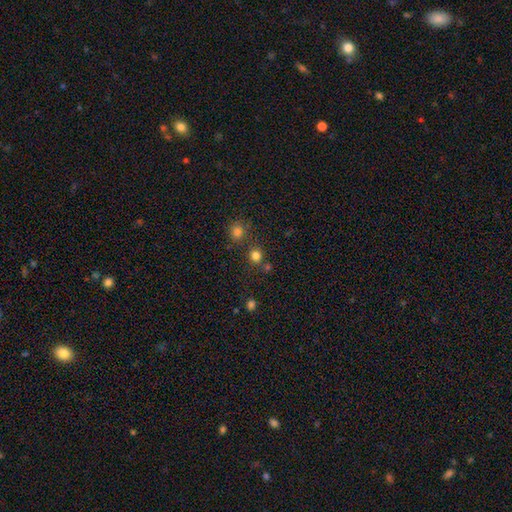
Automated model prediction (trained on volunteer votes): smooth-or-featured: smooth: 78% | star or artifact: 17% | featured or disk: 5%
  how-rounded: round: 89% | in between: 10% | cigar-shaped: 1%
  merging: none: 74% | merger: 15% | minor disturbance: 8% | major disturbance: 3%